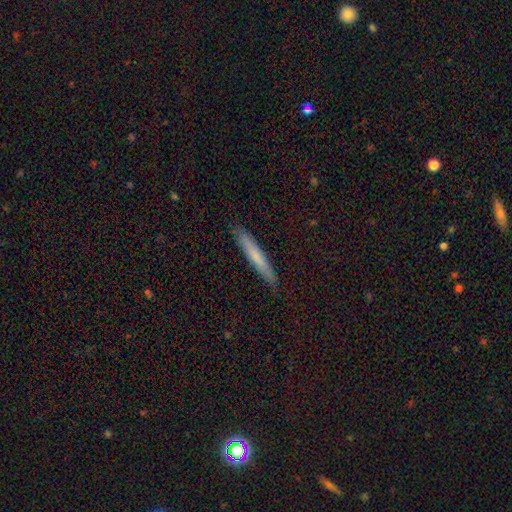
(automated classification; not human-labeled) A smooth galaxy with no disk features (68%) that is cigar-shaped (95%).

Vote fractions:
- Smooth or featured? smooth: 68% / featured or disk: 26% / star or artifact: 6%
- How rounded? cigar-shaped: 95% / in between: 4% / round: 1%
- Merging? none: 89% / minor disturbance: 8% / major disturbance: 2% / merger: 1%